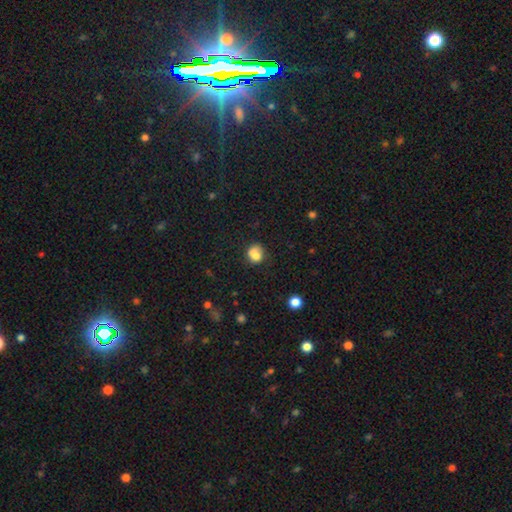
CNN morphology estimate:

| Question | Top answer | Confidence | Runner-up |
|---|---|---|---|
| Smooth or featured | smooth | 76% | featured or disk (13%) |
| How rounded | round | 63% | in between (36%) |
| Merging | none | 48% | minor disturbance (23%) |